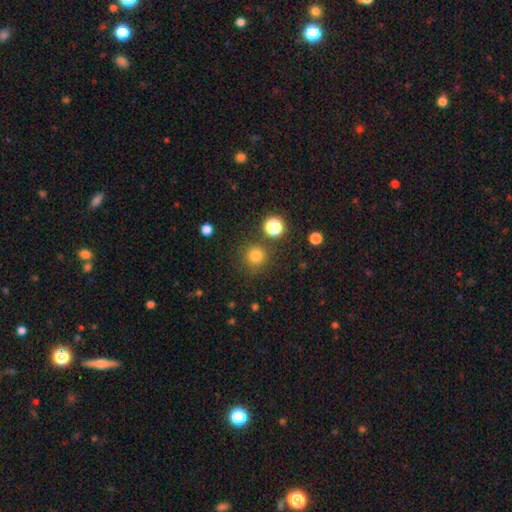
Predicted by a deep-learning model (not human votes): smooth-or-featured: smooth: 79% | star or artifact: 16% | featured or disk: 5%
  how-rounded: round: 94% | in between: 5% | cigar-shaped: 1%
  merging: none: 85% | minor disturbance: 8% | merger: 4% | major disturbance: 3%